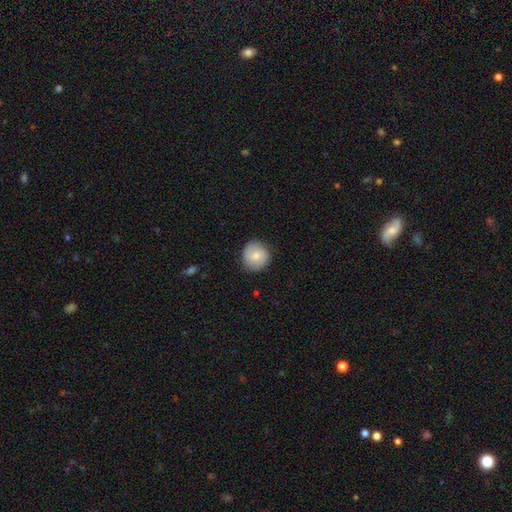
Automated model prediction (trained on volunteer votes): smooth 69%, featured or disk 24%, star or artifact 7%. Down the decision tree: how rounded — round (92%); merging — none (85%).